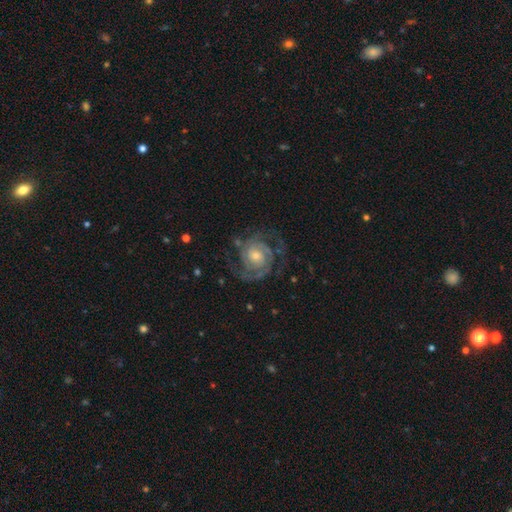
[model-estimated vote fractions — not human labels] smooth_or_featured: featured or disk (p=0.89) [alt: smooth p=0.06]
disk_edge_on: no (p=0.98) [alt: yes p=0.02]
bar: no (p=0.67) [alt: weak p=0.27]
has_spiral_arms: yes (p=0.97) [alt: no p=0.03]
spiral_winding: tight (p=0.49) [alt: medium p=0.41]
spiral_arm_count: 2 (p=0.65) [alt: 3 p=0.14]
bulge_size: moderate (p=0.53) [alt: small p=0.38]
merging: none (p=0.72) [alt: minor disturbance p=0.15]